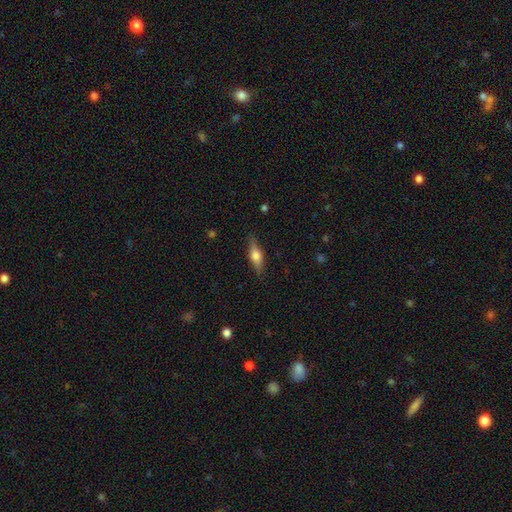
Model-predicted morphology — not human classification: A smooth galaxy with no disk features (47%). Merging: none (85%).